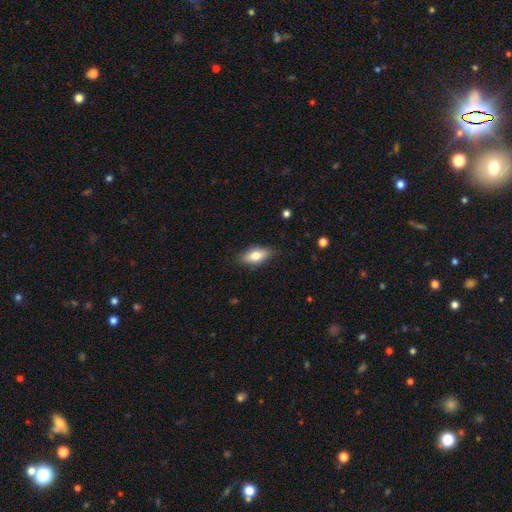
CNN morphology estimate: Smooth or featured: smooth — 76% (featured or disk — 18%)
How rounded: in between — 85% (cigar-shaped — 12%)
Merging: none — 82% (minor disturbance — 14%)